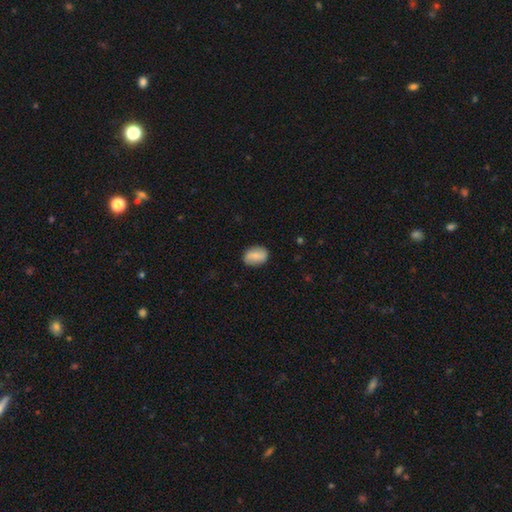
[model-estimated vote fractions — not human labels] smooth-or-featured: smooth: 74% | featured or disk: 19% | star or artifact: 7%
  how-rounded: in between: 79% | round: 19% | cigar-shaped: 2%
  merging: none: 83% | minor disturbance: 13% | major disturbance: 3% | merger: 1%